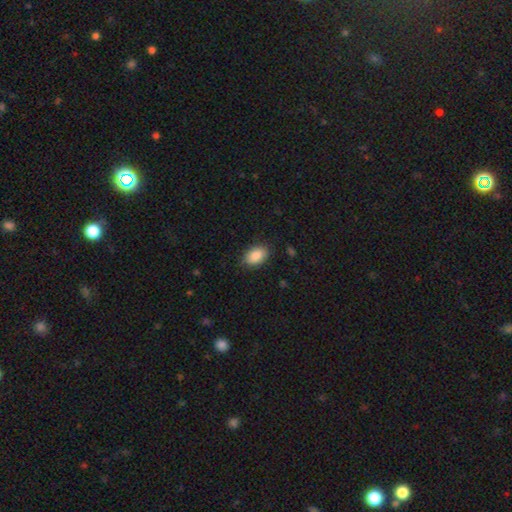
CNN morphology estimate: The model was most divided on "merging": none: 84%, minor disturbance: 12%, major disturbance: 3%, merger: 1%. More confident: how rounded — in between (88%); smooth or featured — smooth (88%).